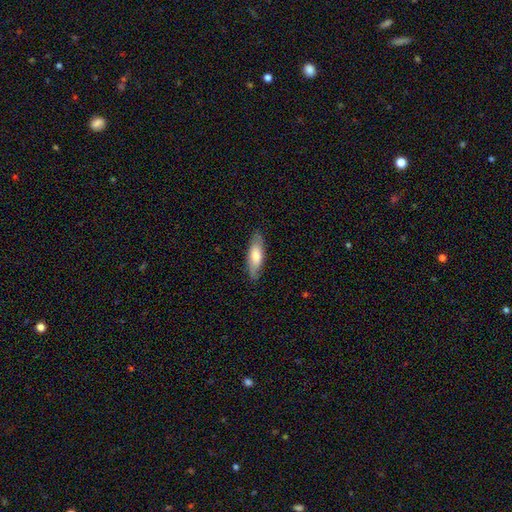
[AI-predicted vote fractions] Morphology: type=smooth (68%); roundness=in between (51%); merging=none (84%).